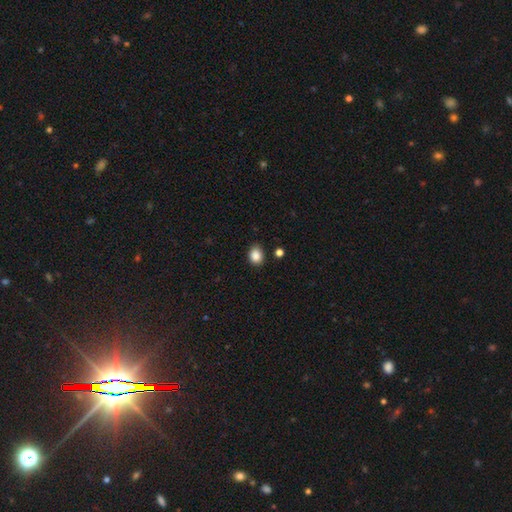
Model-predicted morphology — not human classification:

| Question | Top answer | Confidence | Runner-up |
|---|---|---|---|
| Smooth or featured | smooth | 87% | star or artifact (10%) |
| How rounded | in between | 51% | round (49%) |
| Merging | none | 83% | minor disturbance (12%) |